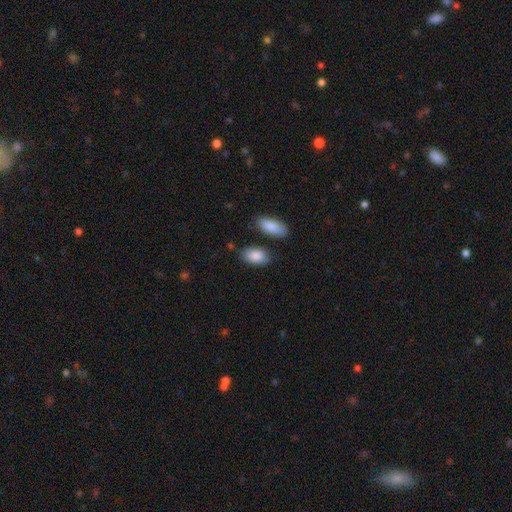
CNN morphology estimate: Overall: smooth (88%). How rounded: in between (93%). Merging: none (77%).